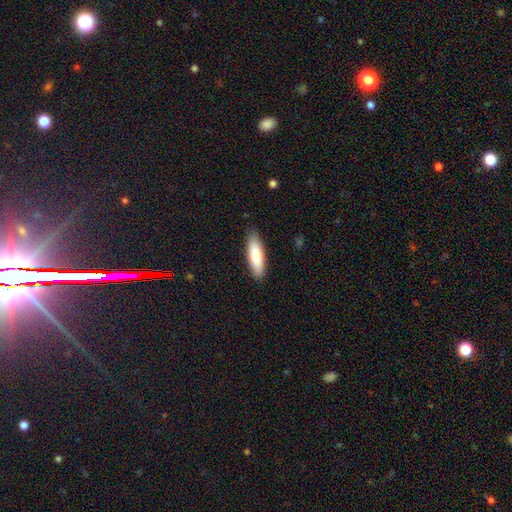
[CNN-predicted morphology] smooth 83%, featured or disk 12%, star or artifact 5%. Down the decision tree: how rounded — in between (50%); merging — none (86%).